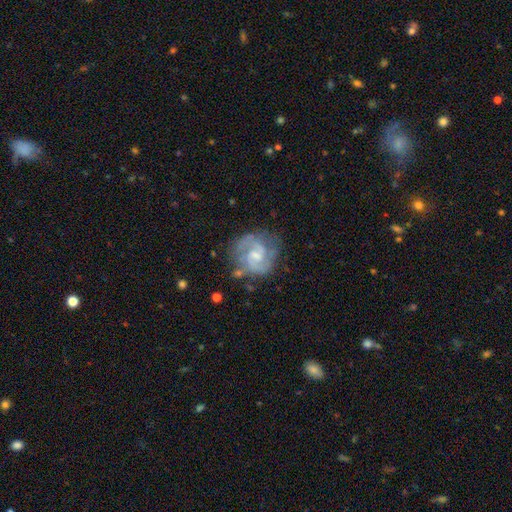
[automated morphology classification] smooth_or_featured: featured or disk (p=0.84) [alt: smooth p=0.10]
disk_edge_on: no (p=0.98) [alt: yes p=0.02]
bar: weak (p=0.57) [alt: no p=0.33]
has_spiral_arms: yes (p=0.96) [alt: no p=0.04]
spiral_winding: medium (p=0.54) [alt: tight p=0.31]
spiral_arm_count: 2 (p=0.83) [alt: can't tell p=0.07]
bulge_size: small (p=0.50) [alt: moderate p=0.35]
merging: none (p=0.69) [alt: minor disturbance p=0.19]